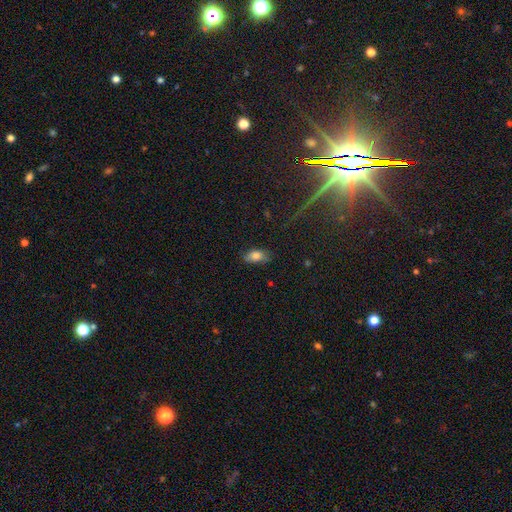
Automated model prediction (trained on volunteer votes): Smooth or featured: smooth — 81% (featured or disk — 10%)
How rounded: in between — 88% (cigar-shaped — 6%)
Merging: none — 73% (minor disturbance — 21%)